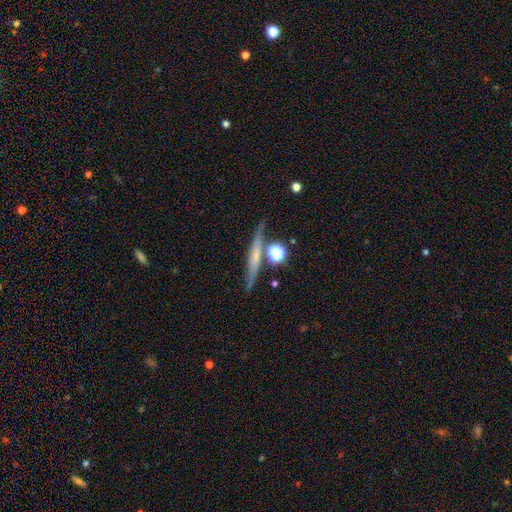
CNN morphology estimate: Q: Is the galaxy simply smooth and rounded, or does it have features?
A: featured or disk — 52%.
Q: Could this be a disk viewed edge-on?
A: yes — 86%.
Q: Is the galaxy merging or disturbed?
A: none — 69%.